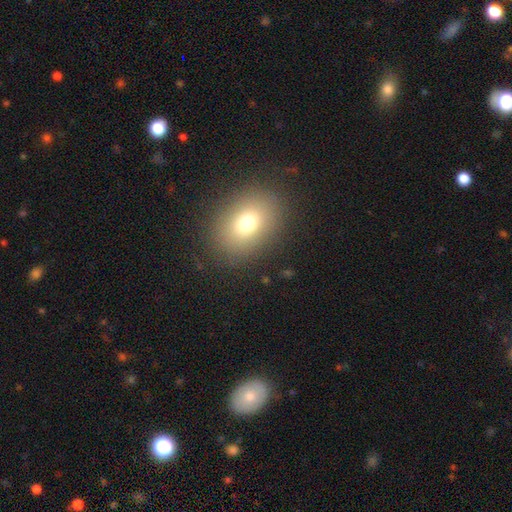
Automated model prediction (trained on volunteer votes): The model was most divided on "how rounded": in between: 60%, round: 39%, cigar-shaped: 1%. More confident: merging — none (89%); smooth or featured — smooth (72%).